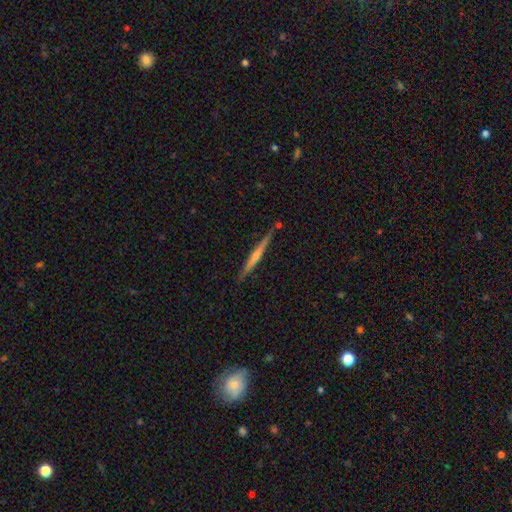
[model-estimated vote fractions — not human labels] A featured or disk galaxy (68%) viewed edge-on (98%) with a rounded central bulge (60%).

Vote fractions:
- Smooth or featured? featured or disk: 68% / smooth: 26% / star or artifact: 6%
- Edge-on disk? yes: 98% / no: 2%
- Edge-on bulge? rounded: 60% / none: 33% / boxy: 7%
- Merging? none: 87% / minor disturbance: 9% / merger: 2% / major disturbance: 2%